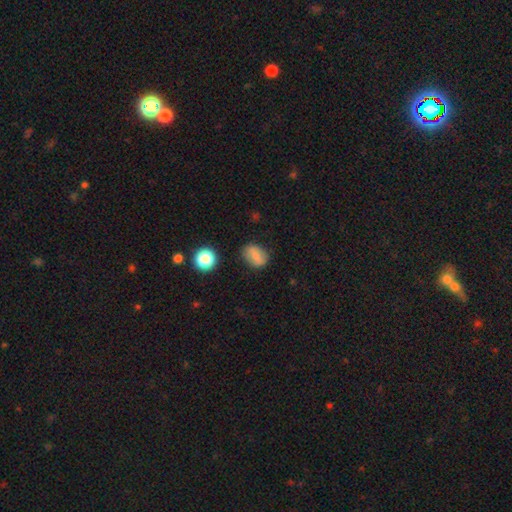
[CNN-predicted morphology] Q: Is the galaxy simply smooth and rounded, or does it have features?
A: smooth — 76%.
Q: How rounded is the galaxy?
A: in between — 72%.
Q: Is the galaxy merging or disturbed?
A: none — 77%.